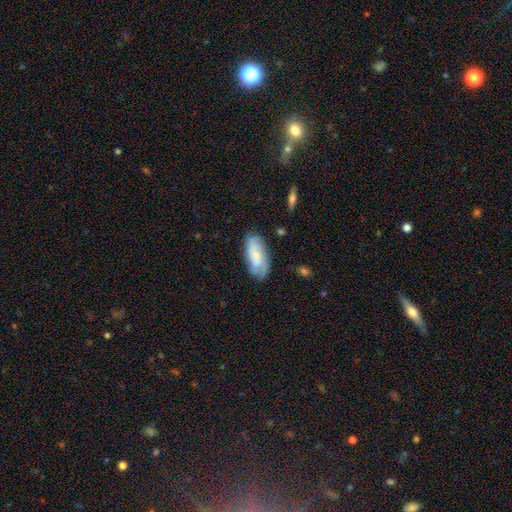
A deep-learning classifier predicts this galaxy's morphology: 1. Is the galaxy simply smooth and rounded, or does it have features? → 54% featured or disk, 38% smooth, 8% star or artifact.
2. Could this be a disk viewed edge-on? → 94% no, 6% yes.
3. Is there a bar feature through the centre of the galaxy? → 63% no, 30% weak, 6% strong.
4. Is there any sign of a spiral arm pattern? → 87% yes, 13% no.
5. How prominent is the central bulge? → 43% small, 26% moderate, 22% none, 7% large, 2% dominant.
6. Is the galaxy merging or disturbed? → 72% none, 20% minor disturbance, 6% major disturbance, 2% merger.